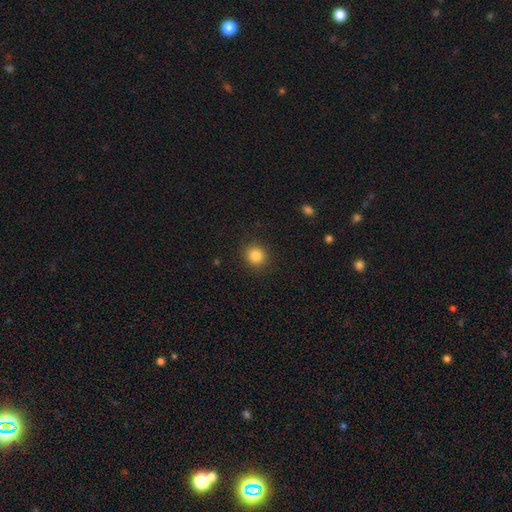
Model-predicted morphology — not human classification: This appears to be a smooth galaxy with no disk features (84%) that is round (88%). Merging: none (90%).